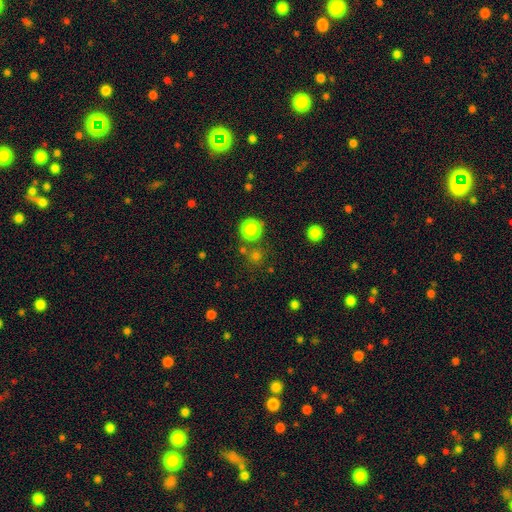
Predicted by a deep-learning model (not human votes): Smooth or featured? smooth (67%)
How rounded? round (93%)
Merging? none (77%)